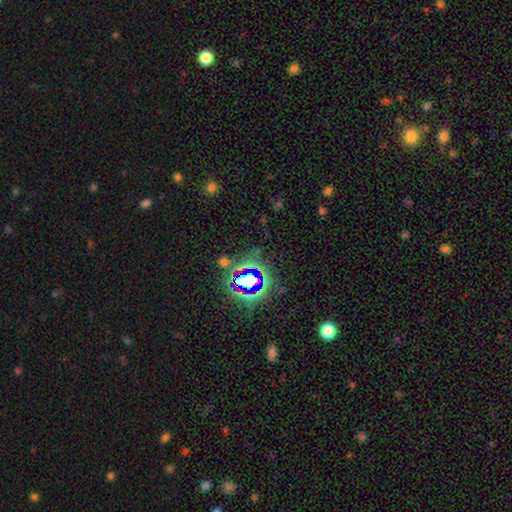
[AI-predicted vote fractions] smooth-or-featured: star or artifact: 78% | smooth: 14% | featured or disk: 9%